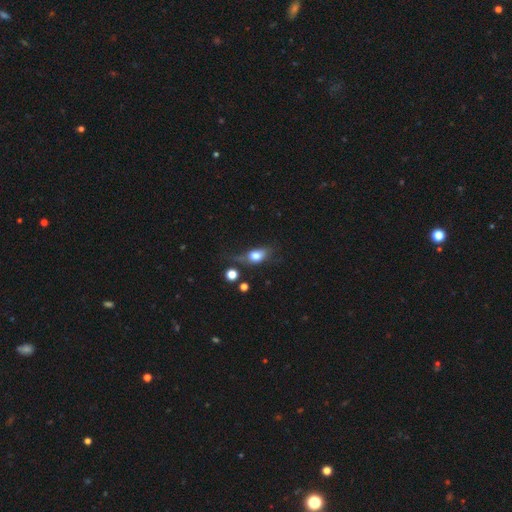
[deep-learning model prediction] This is likely a smooth galaxy (70%). How rounded: likely in between (70%). Merging: marginally none (41%).